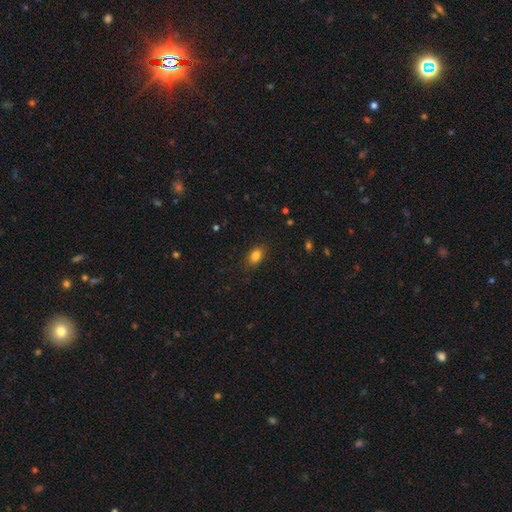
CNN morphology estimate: This is clearly a smooth galaxy (83%). How rounded: clearly in between (84%). Merging: clearly none (83%).